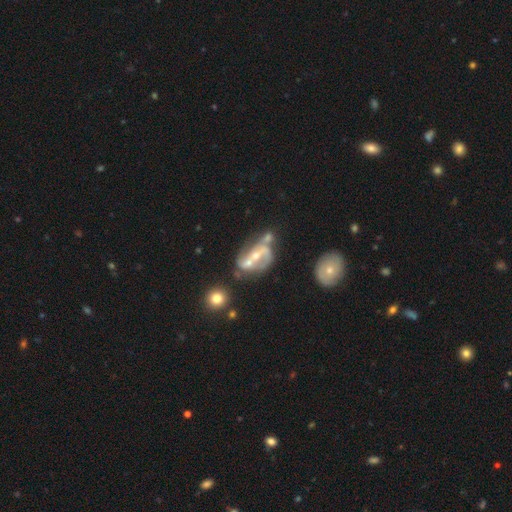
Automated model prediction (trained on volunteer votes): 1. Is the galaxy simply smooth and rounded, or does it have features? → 81% featured or disk, 11% smooth, 8% star or artifact.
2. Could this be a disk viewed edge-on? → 95% no, 5% yes.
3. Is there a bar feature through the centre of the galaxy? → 36% strong, 34% weak, 30% no.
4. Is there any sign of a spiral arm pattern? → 86% yes, 14% no.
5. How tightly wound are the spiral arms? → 47% loose, 38% medium, 15% tight.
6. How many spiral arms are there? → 79% 2, 9% can't tell, 5% 1, 4% 3, 2% 4, 2% more than 4.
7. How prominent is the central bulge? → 51% small, 44% moderate, 2% none, 2% large, 1% dominant.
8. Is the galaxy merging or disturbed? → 35% none, 30% merger, 18% minor disturbance, 17% major disturbance.